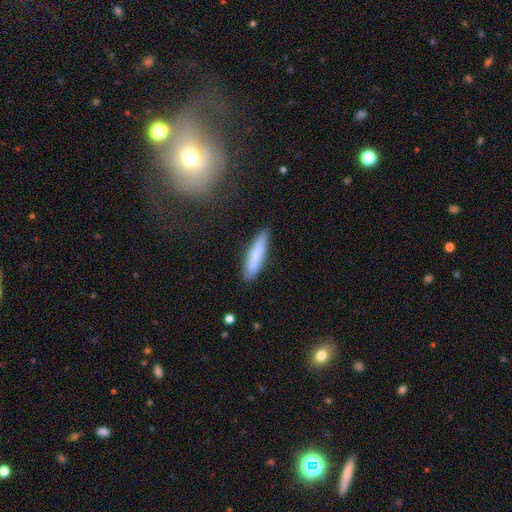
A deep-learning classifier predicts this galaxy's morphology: Q: Smooth or featured?
A: smooth (77%); runner-up: featured or disk (16%)
Q: How rounded?
A: cigar-shaped (83%); runner-up: in between (15%)
Q: Merging?
A: none (84%); runner-up: minor disturbance (12%)